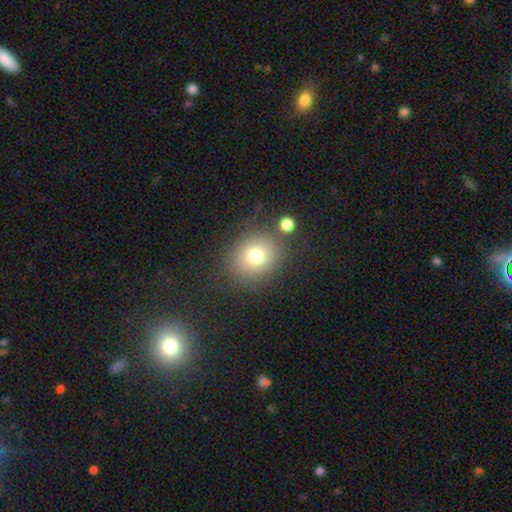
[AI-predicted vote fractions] Overall: smooth (75%). How rounded: round (72%). Merging: none (77%).